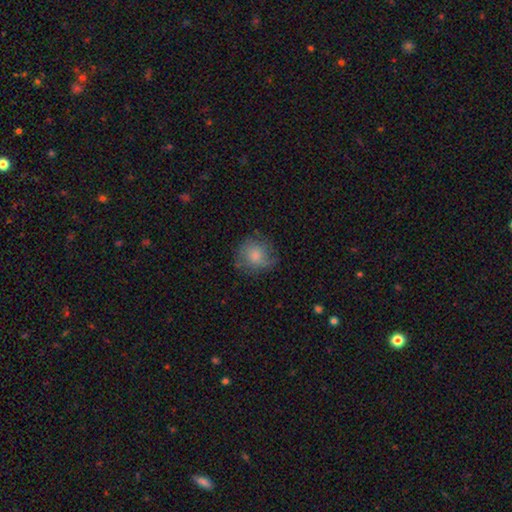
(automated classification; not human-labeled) Smooth or featured? smooth (73%)
How rounded? round (85%)
Merging? none (68%)